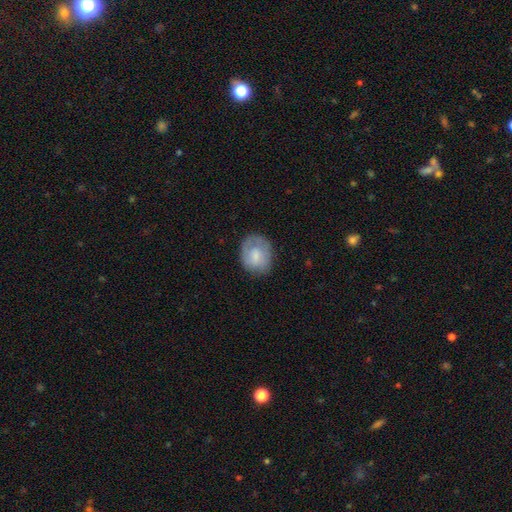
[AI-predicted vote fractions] Overall: smooth (65%; featured or disk 28%). How rounded: round (51%; in between 48%). Merging: none (65%).